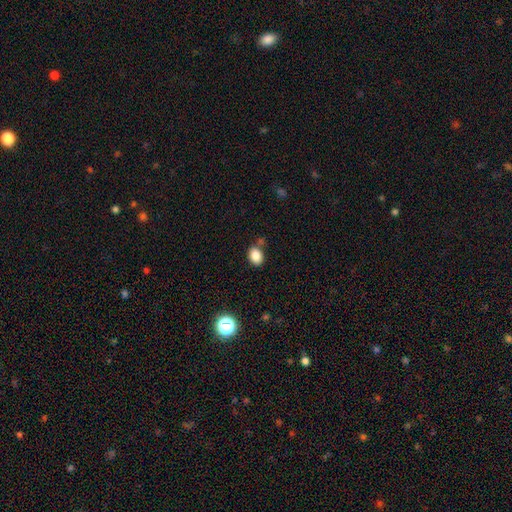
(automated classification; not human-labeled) Overall: smooth (85%). How rounded: in between (69%; round 31%). Merging: none (74%).